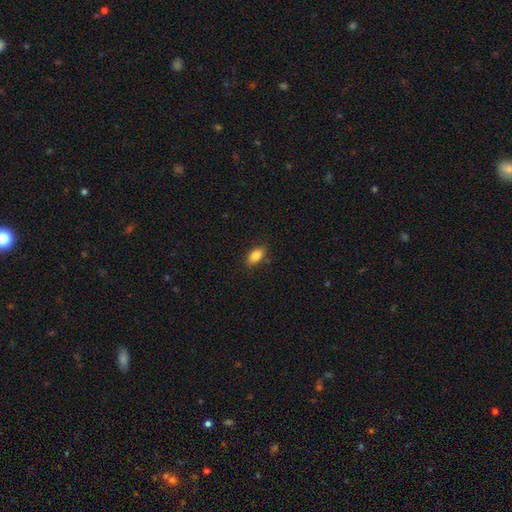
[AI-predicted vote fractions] Smooth or featured? Predicted: smooth (p=0.85). How rounded? Predicted: in between (p=0.88). Merging? Predicted: none (p=0.85).